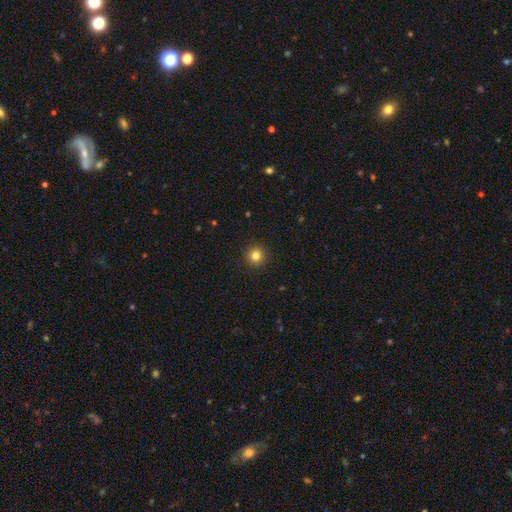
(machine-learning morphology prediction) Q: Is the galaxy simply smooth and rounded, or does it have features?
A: smooth — 83%.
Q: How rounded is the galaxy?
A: round — 95%.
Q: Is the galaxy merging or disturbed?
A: none — 93%.